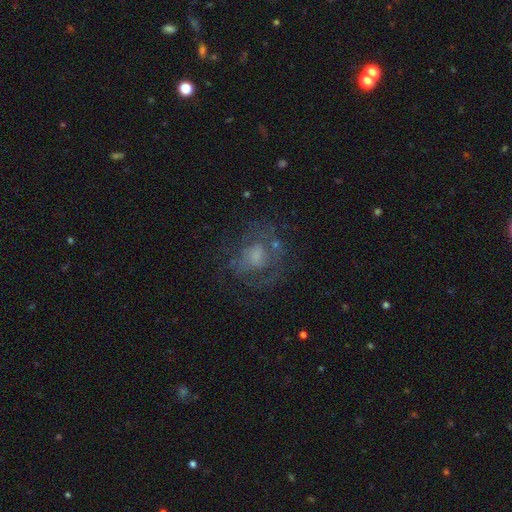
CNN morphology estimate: A featured or disk galaxy (61%) with no bar (68%), spiral arms (60%) and a moderate central bulge (38%).

Vote fractions:
- Smooth or featured? featured or disk: 61% / smooth: 27% / star or artifact: 12%
- Edge-on disk? no: 97% / yes: 3%
- Bar? no: 68% / weak: 26% / strong: 5%
- Spiral arms? yes: 60% / no: 40%
- Bulge size? moderate: 38% / small: 27% / none: 20% / large: 13% / dominant: 2%
- Merging? none: 62% / major disturbance: 18% / minor disturbance: 17% / merger: 3%